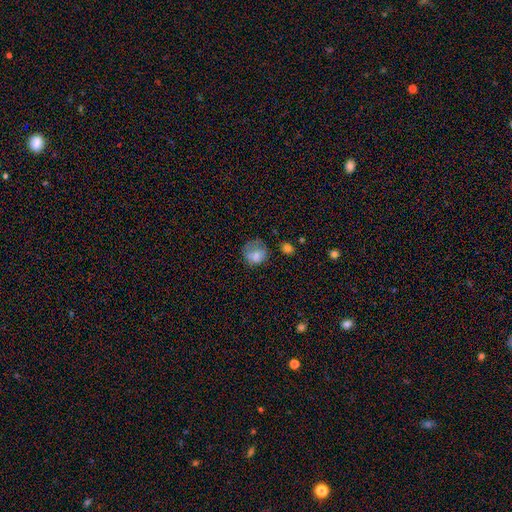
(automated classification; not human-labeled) A smooth galaxy with no disk features (73%) that is round (68%). Merging: none (43%).